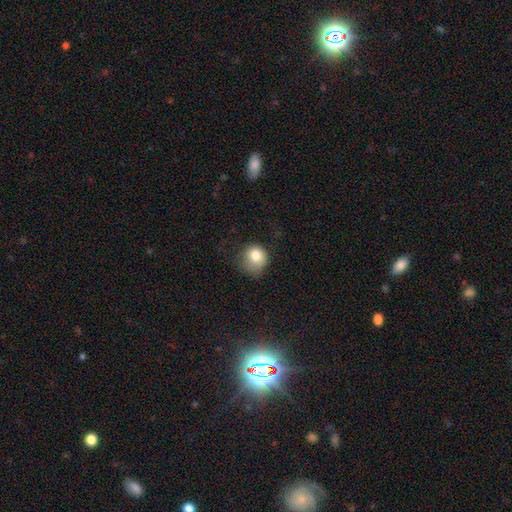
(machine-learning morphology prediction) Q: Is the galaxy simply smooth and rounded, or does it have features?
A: smooth — 81%.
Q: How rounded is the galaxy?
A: round — 83%.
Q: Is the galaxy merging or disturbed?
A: none — 55%.